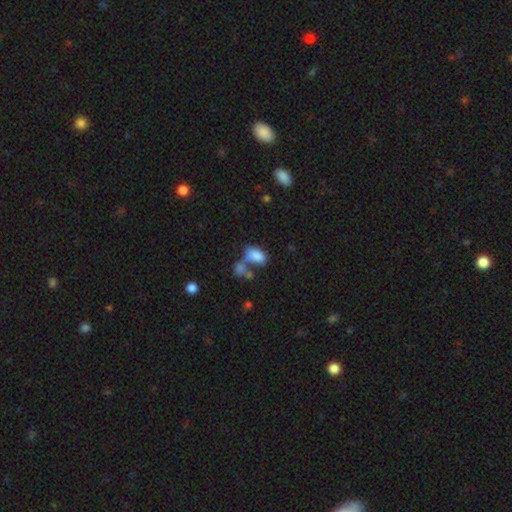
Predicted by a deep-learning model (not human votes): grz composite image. It shows a smooth galaxy with no disk features (81%) that is in between round and cigar-shaped (91%). Merging: merger (41%).